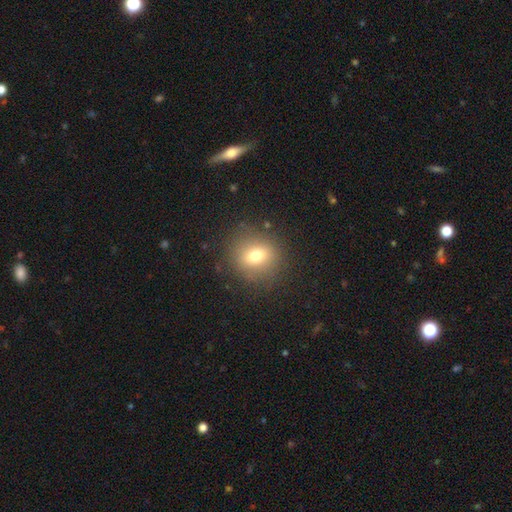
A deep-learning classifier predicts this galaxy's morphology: Smooth or featured? smooth (72%)
How rounded? round (76%)
Merging? none (85%)